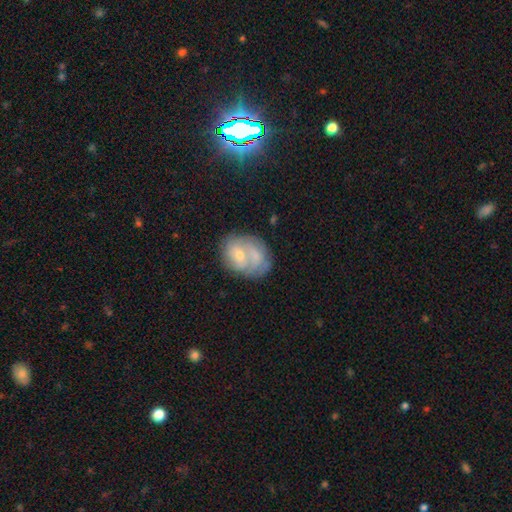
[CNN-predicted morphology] Overall: featured or disk (49%; smooth 43%). Merging: none (37%; merger 30%).